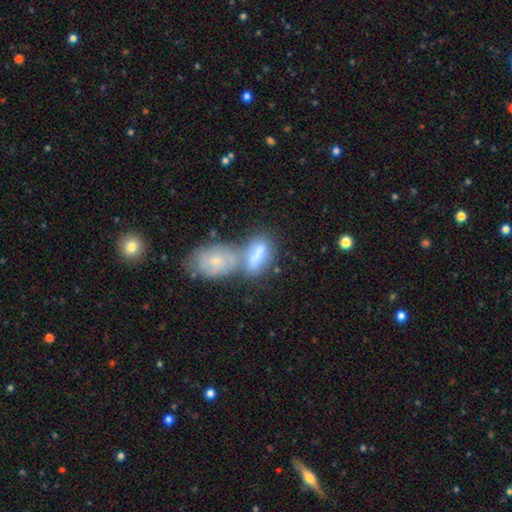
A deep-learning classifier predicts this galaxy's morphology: Q: Smooth or featured?
A: smooth (64%); runner-up: featured or disk (28%)
Q: How rounded?
A: in between (81%); runner-up: cigar-shaped (12%)
Q: Merging?
A: merger (64%); runner-up: none (19%)